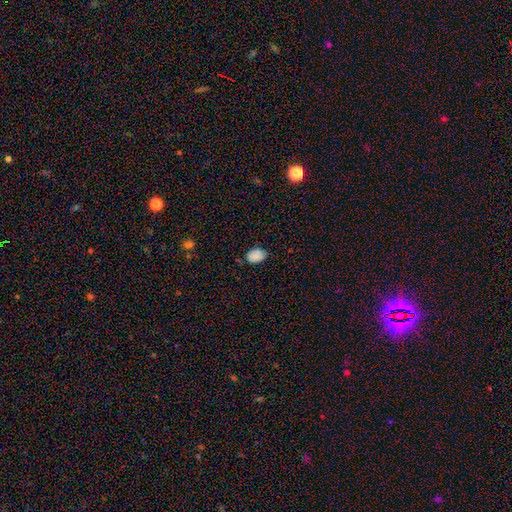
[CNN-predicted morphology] smooth_or_featured: smooth (p=0.85) [alt: star or artifact p=0.09]
how_rounded: in between (p=0.80) [alt: round p=0.18]
merging: none (p=0.66) [alt: minor disturbance p=0.28]